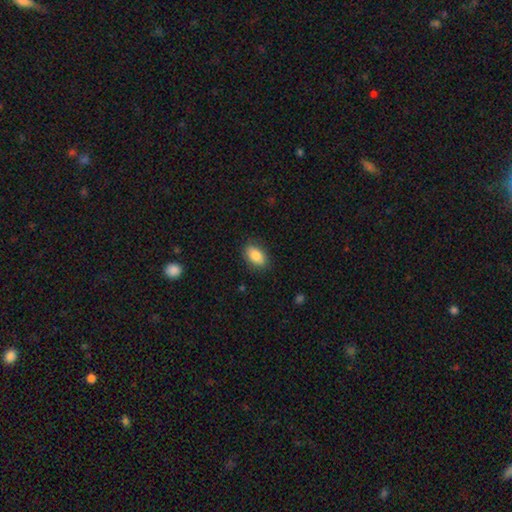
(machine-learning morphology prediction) Overall: smooth (86%). How rounded: in between (91%). Merging: none (86%).